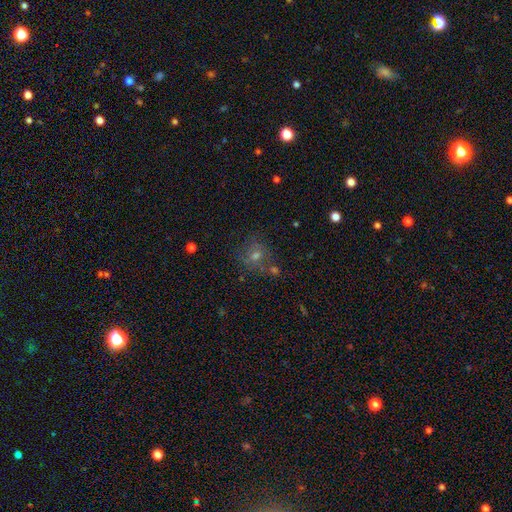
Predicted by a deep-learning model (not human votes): A smooth galaxy with no disk features (48%).

Vote fractions:
- Smooth or featured? smooth: 48% / star or artifact: 29% / featured or disk: 23%
- Merging? none: 67% / minor disturbance: 15% / merger: 11% / major disturbance: 7%